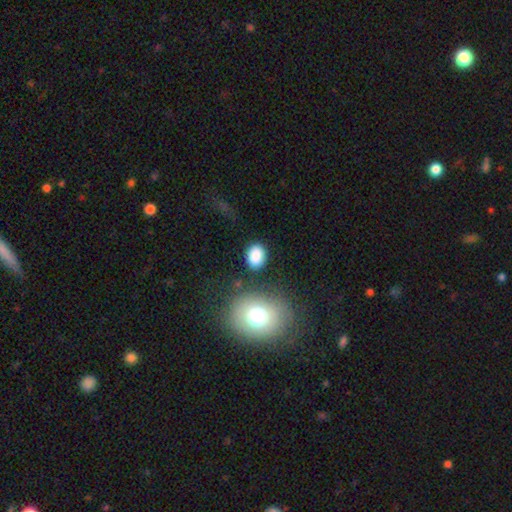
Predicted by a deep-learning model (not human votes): Smooth or featured? Predicted: smooth (p=0.85). How rounded? Predicted: in between (p=0.65). Merging? Predicted: none (p=0.79).